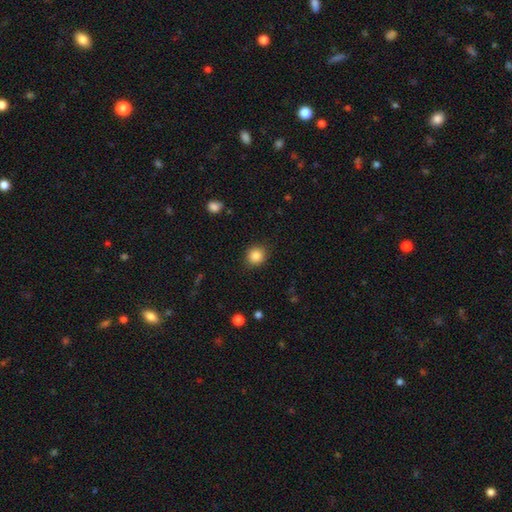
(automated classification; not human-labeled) Morphology: type=smooth (86%); roundness=round (83%); merging=none (87%).